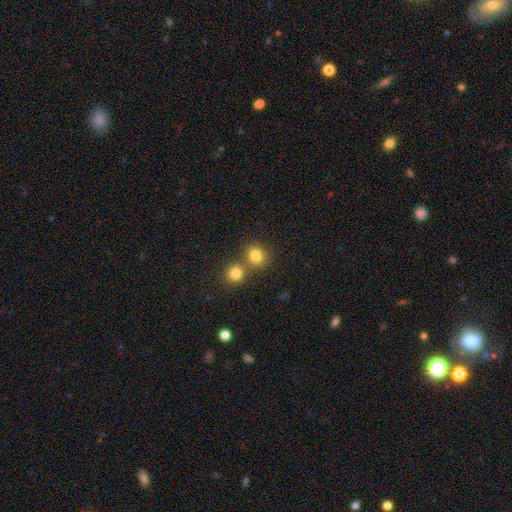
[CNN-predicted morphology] Q: Smooth or featured?
A: smooth (80%); runner-up: star or artifact (13%)
Q: How rounded?
A: round (79%); runner-up: in between (20%)
Q: Merging?
A: none (57%); runner-up: merger (33%)